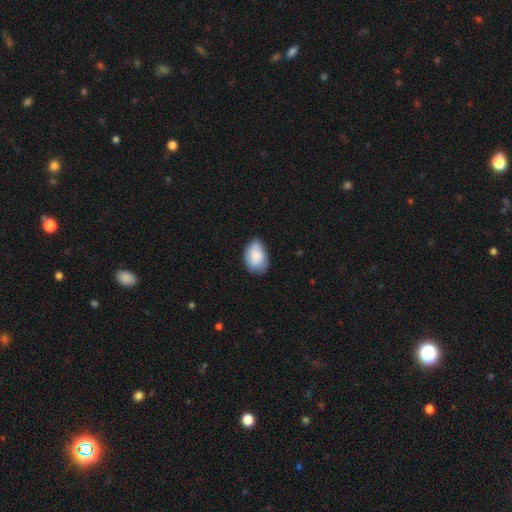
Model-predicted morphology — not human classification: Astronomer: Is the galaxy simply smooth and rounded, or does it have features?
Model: smooth — 84%.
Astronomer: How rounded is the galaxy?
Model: in between — 85%.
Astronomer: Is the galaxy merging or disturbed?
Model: none — 65%.